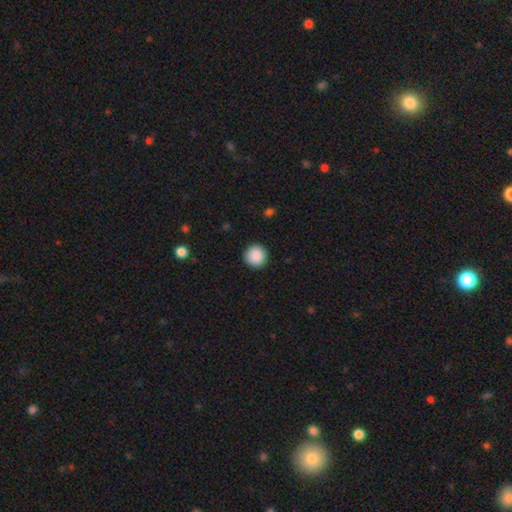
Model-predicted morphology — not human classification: This is clearly a smooth galaxy (89%). How rounded: clearly round (96%). Merging: clearly none (93%).